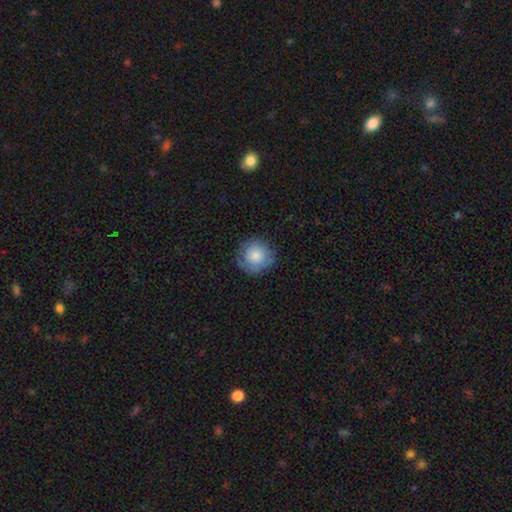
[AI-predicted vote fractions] Smooth or featured? Predicted: smooth (p=0.76). How rounded? Predicted: round (p=0.93). Merging? Predicted: none (p=0.79).